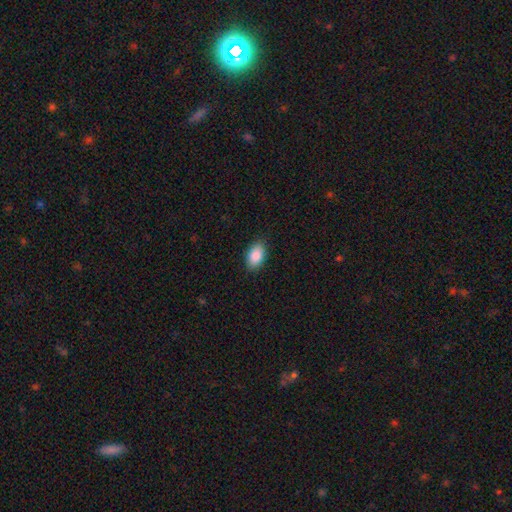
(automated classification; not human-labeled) This appears to be a smooth galaxy with no disk features (88%) that is in between round and cigar-shaped (93%). Merging: none (88%).